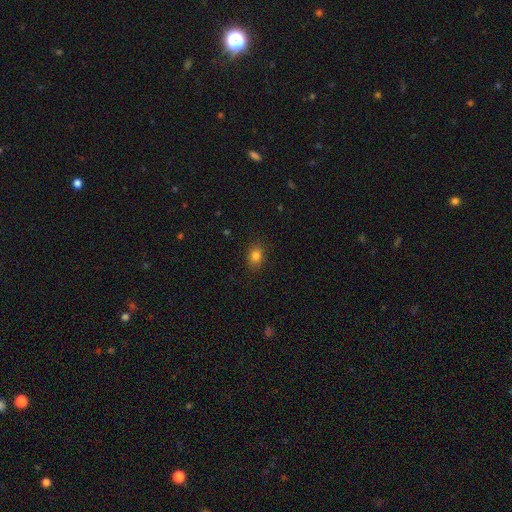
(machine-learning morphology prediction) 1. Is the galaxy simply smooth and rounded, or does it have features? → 82% smooth, 13% star or artifact, 6% featured or disk.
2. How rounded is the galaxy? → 54% in between, 45% round, 1% cigar-shaped.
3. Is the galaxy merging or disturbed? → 87% none, 9% minor disturbance, 3% major disturbance, 1% merger.